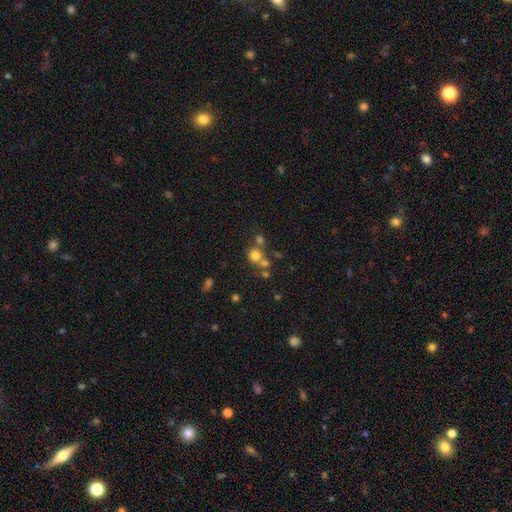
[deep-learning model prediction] Q: Smooth or featured?
A: smooth (70%); runner-up: star or artifact (18%)
Q: How rounded?
A: round (87%); runner-up: in between (12%)
Q: Merging?
A: none (53%); runner-up: merger (33%)